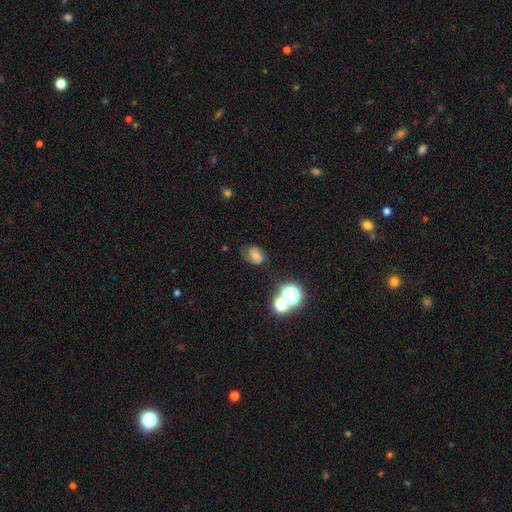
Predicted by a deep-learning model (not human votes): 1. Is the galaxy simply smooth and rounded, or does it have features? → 44% smooth, 37% featured or disk, 19% star or artifact.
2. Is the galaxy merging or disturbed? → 66% none, 22% minor disturbance, 9% major disturbance, 3% merger.